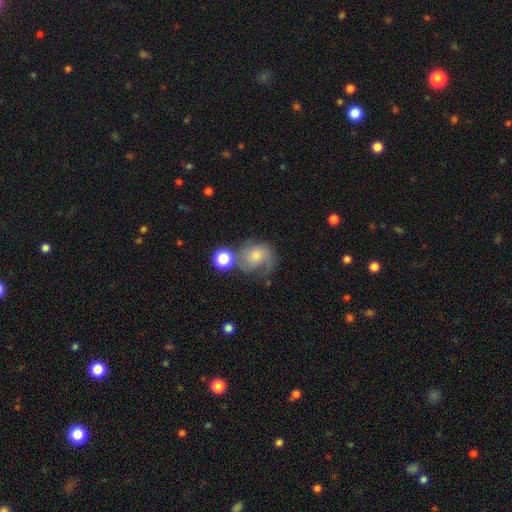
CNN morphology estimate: smooth 46%, featured or disk 43%, star or artifact 11%. Down the decision tree: merging — none (37%).